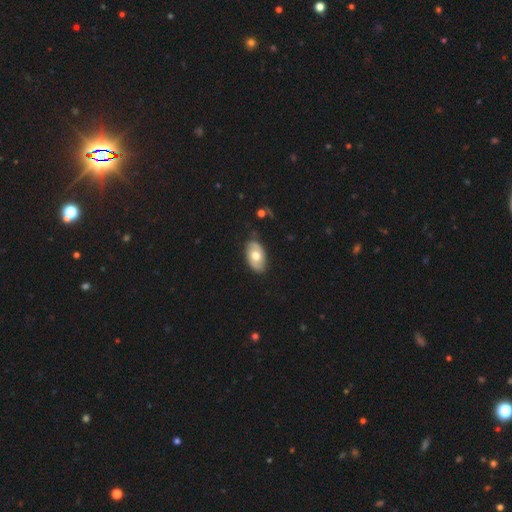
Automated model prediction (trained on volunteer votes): This appears to be a smooth galaxy with no disk features (52%) that is in between round and cigar-shaped (92%). Merging: none (80%).